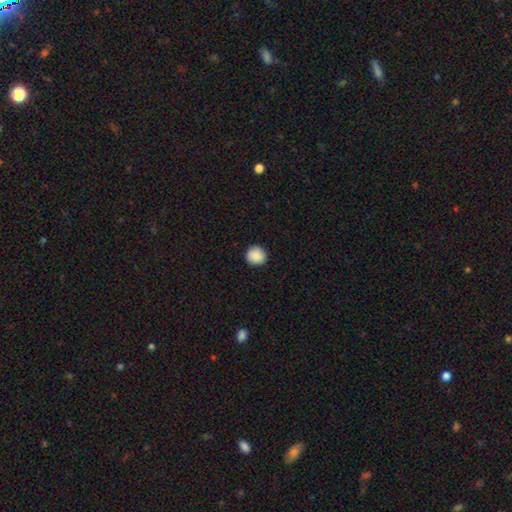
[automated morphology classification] Smooth or featured? Predicted: smooth (p=0.89). How rounded? Predicted: round (p=0.93). Merging? Predicted: none (p=0.92).